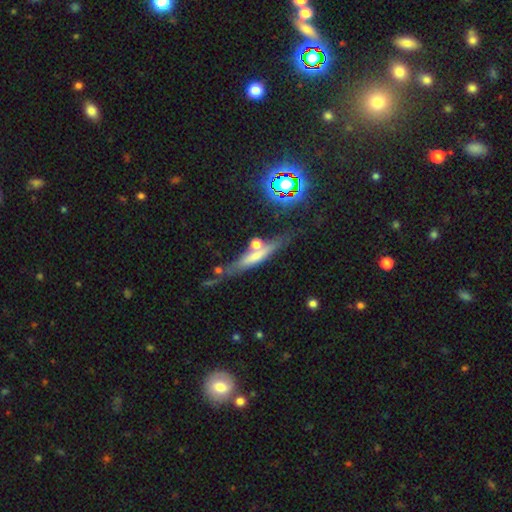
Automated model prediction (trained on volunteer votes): Smooth or featured? smooth (44%)
Merging? none (61%)